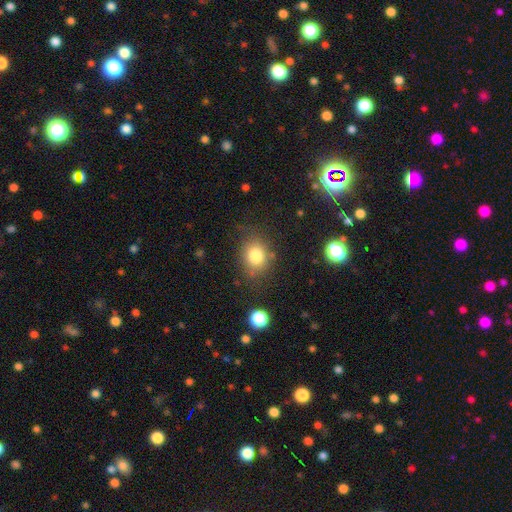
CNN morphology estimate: Smooth or featured: smooth — 81% (star or artifact — 11%)
How rounded: round — 56% (in between — 43%)
Merging: none — 73% (minor disturbance — 17%)